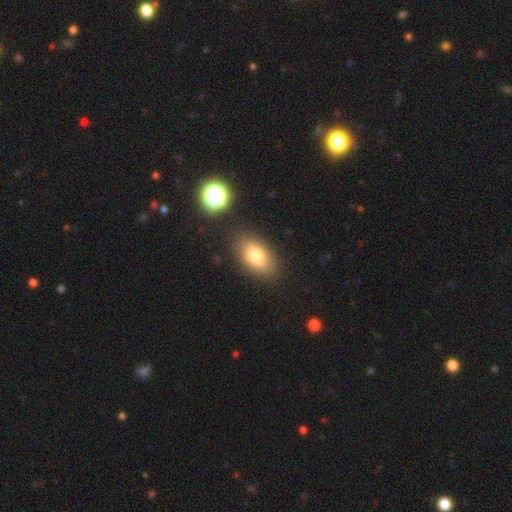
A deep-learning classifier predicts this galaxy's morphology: This is likely a smooth galaxy (77%). How rounded: clearly in between (88%). Merging: clearly none (82%).